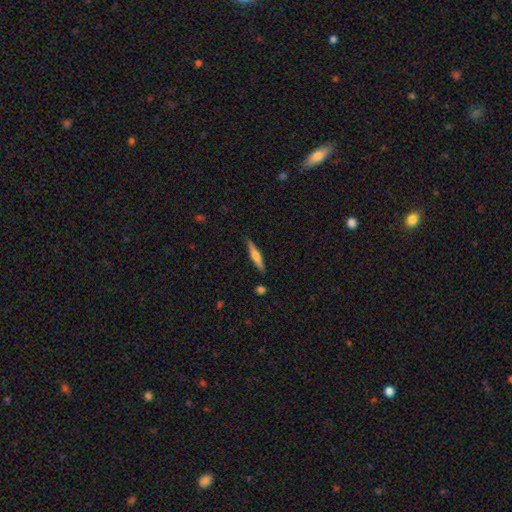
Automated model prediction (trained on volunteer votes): Overall: featured or disk (52%; smooth 43%). Edge-on disk: yes (96%). Merging: none (88%).